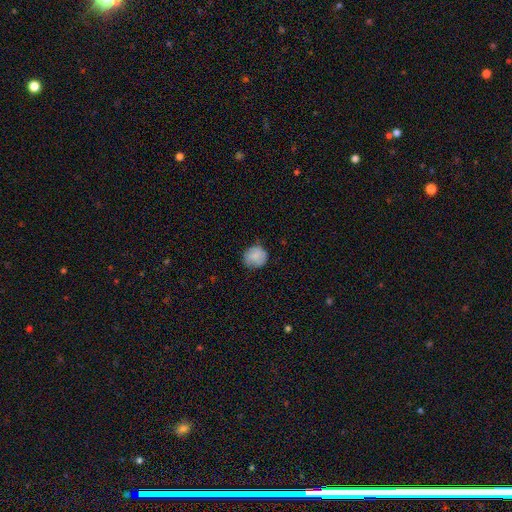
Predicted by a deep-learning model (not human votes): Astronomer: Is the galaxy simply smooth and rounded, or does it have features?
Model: smooth — 81%.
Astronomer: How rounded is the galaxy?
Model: round — 87%.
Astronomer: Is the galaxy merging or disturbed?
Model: none — 72%.